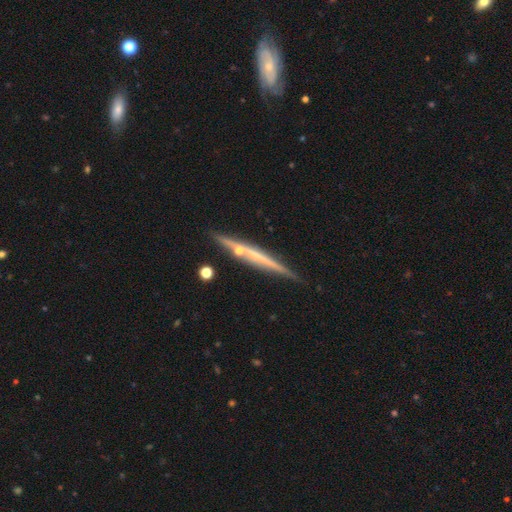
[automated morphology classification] featured or disk 66%, smooth 28%, star or artifact 6%. Down the decision tree: edge-on disk — yes (97%); edge-on bulge — none (73%); merging — none (81%).